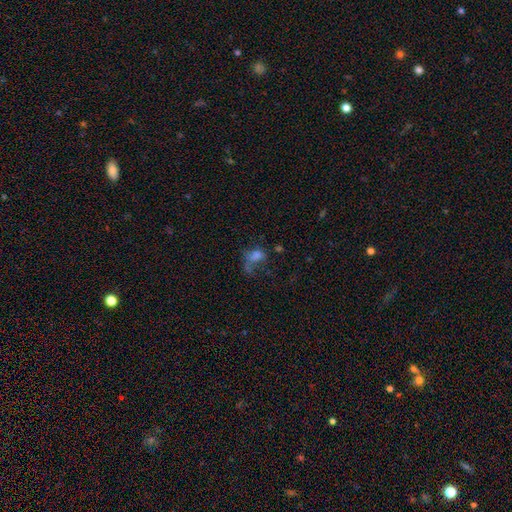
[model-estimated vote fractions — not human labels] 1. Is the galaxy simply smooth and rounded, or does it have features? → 51% smooth, 24% star or artifact, 24% featured or disk.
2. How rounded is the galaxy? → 69% in between, 28% round, 4% cigar-shaped.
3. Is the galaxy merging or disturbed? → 38% major disturbance, 29% none, 17% merger, 16% minor disturbance.